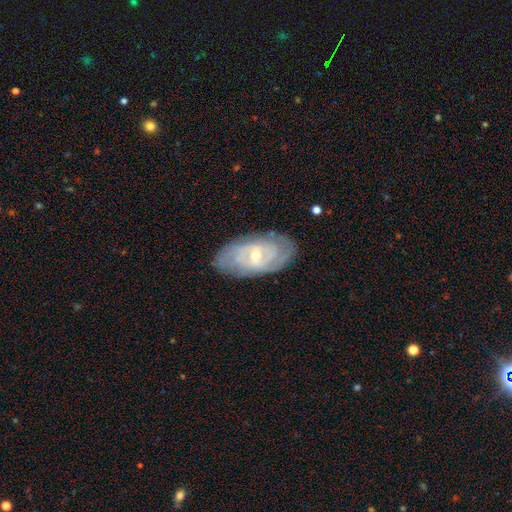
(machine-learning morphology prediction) A featured or disk galaxy (80%) with no bar (45%), can't tell (37%, tied with 2) tight (68%) spiral arms (90%) and a small central bulge (58%). Merging: none (80%).